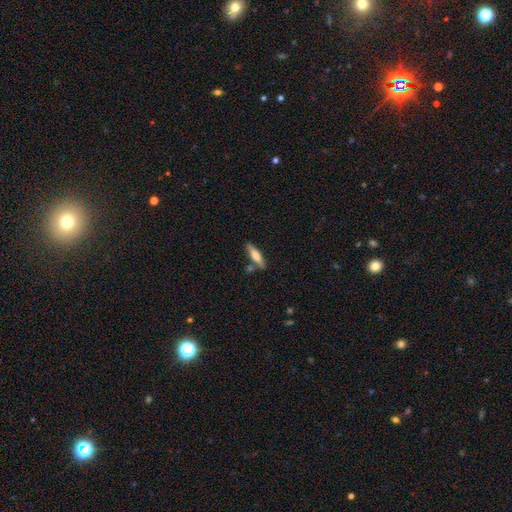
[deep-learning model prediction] smooth-or-featured: smooth: 66% | featured or disk: 28% | star or artifact: 6%
  how-rounded: cigar-shaped: 69% | in between: 29% | round: 2%
  merging: none: 73% | minor disturbance: 14% | merger: 9% | major disturbance: 3%